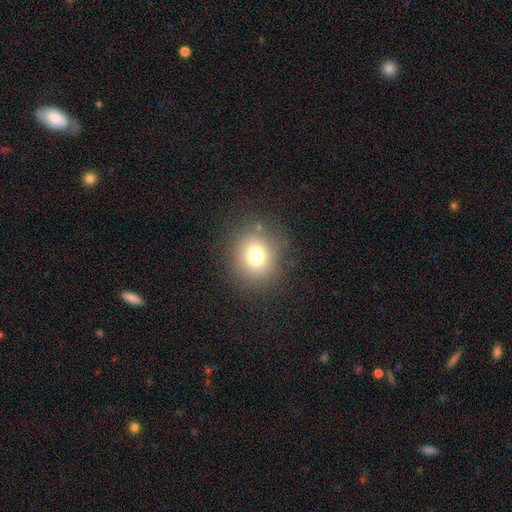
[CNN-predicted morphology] This is likely a smooth galaxy (74%). How rounded: clearly round (83%). Merging: clearly none (84%).